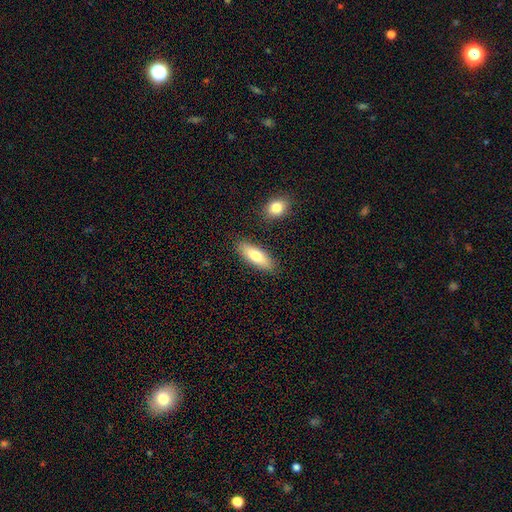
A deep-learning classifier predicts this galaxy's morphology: type=smooth (75%); roundness=in between (63%); merging=none (84%).